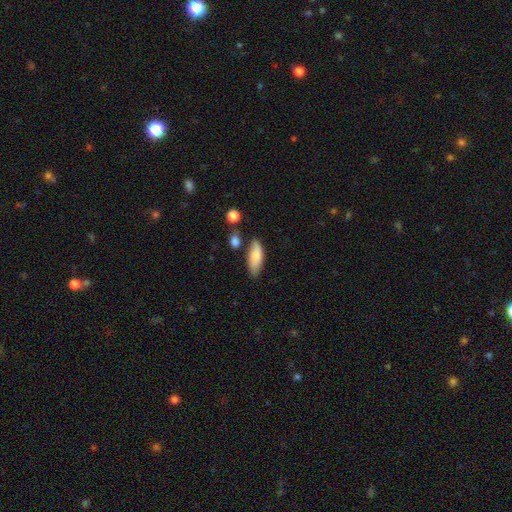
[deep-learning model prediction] smooth-or-featured: smooth: 78% | featured or disk: 16% | star or artifact: 6%
  how-rounded: in between: 74% | cigar-shaped: 24% | round: 2%
  merging: none: 66% | minor disturbance: 21% | merger: 8% | major disturbance: 5%